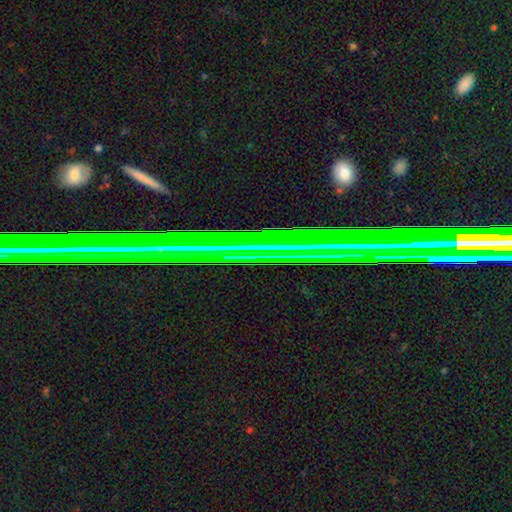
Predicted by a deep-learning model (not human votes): A star or artifact, not a galaxy (79%).